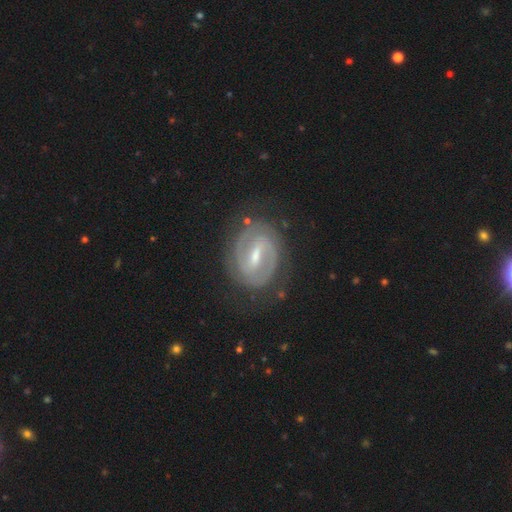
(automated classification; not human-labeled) Q: Smooth or featured?
A: featured or disk (88%); runner-up: smooth (7%)
Q: Edge-on disk?
A: no (97%); runner-up: yes (3%)
Q: Bar?
A: strong (56%); runner-up: weak (37%)
Q: Spiral arms?
A: yes (95%); runner-up: no (5%)
Q: Spiral winding?
A: tight (57%); runner-up: medium (36%)
Q: Spiral arm count?
A: 2 (88%); runner-up: can't tell (6%)
Q: Bulge size?
A: small (49%); runner-up: moderate (43%)
Q: Merging?
A: none (81%); runner-up: minor disturbance (13%)